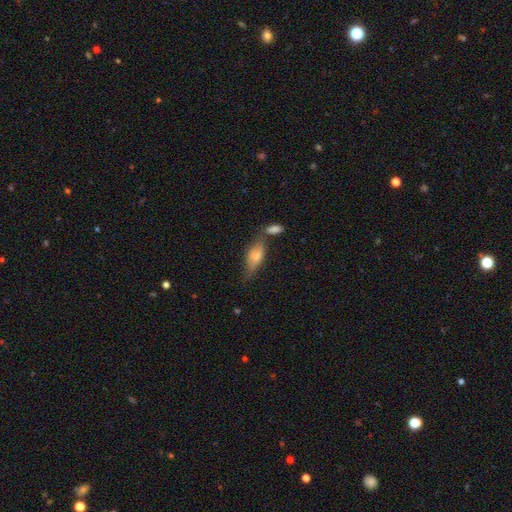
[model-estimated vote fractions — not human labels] Smooth or featured: smooth — 56% (featured or disk — 35%)
How rounded: in between — 69% (cigar-shaped — 27%)
Merging: none — 53% (minor disturbance — 21%)